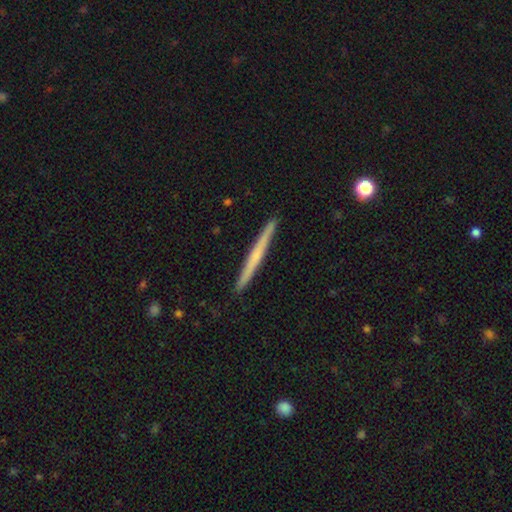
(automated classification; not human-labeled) Smooth or featured: featured or disk — 51% (smooth — 44%)
Edge-on disk: yes — 98% (no — 2%)
Edge-on bulge: none — 71% (rounded — 23%)
Merging: none — 92% (minor disturbance — 6%)